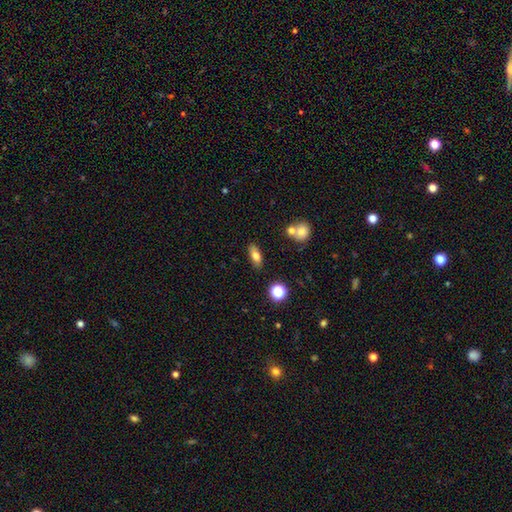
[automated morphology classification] type=smooth (74%); roundness=in between (80%); merging=none (80%).